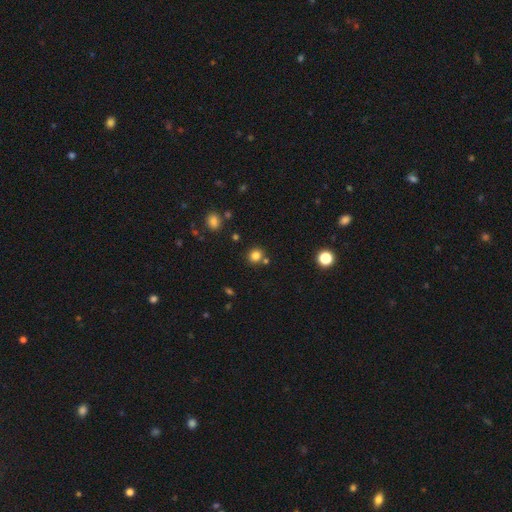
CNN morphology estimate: Smooth or featured? Predicted: smooth (p=0.81). How rounded? Predicted: round (p=0.86). Merging? Predicted: none (p=0.76).